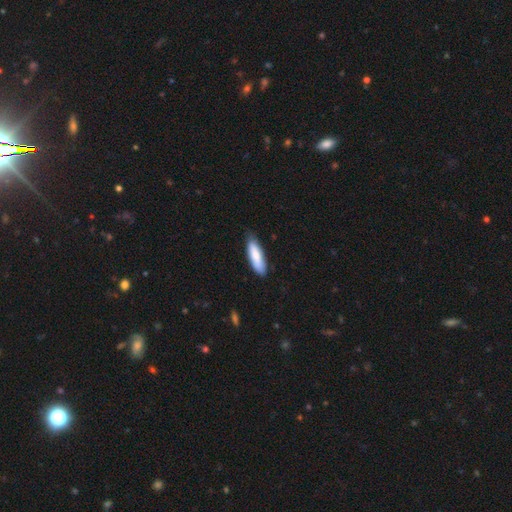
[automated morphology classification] Smooth or featured?
  - smooth: 82% *
  - featured or disk: 13%
  - star or artifact: 5%
How rounded?
  - cigar-shaped: 51% *
  - in between: 48%
  - round: 2%
Merging?
  - none: 77% *
  - minor disturbance: 19%
  - major disturbance: 3%
  - merger: 1%